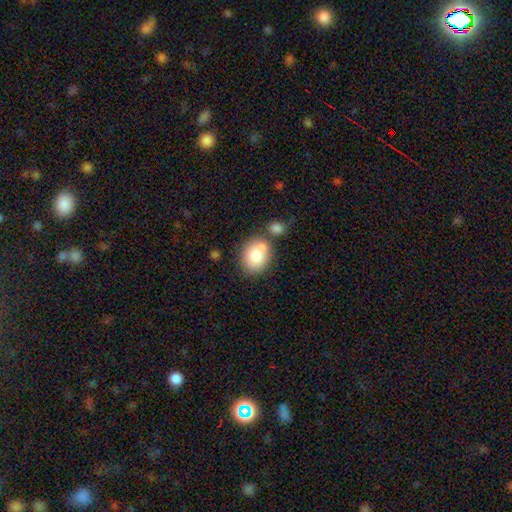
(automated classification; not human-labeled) smooth-or-featured: smooth: 80% | featured or disk: 13% | star or artifact: 7%
  how-rounded: in between: 55% | round: 44% | cigar-shaped: 1%
  merging: none: 51% | merger: 27% | minor disturbance: 17% | major disturbance: 5%